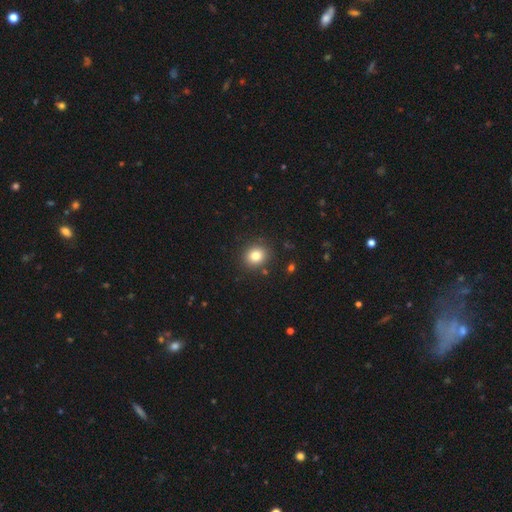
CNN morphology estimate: smooth 82%, star or artifact 11%, featured or disk 7%. Down the decision tree: how rounded — round (76%); merging — none (88%).